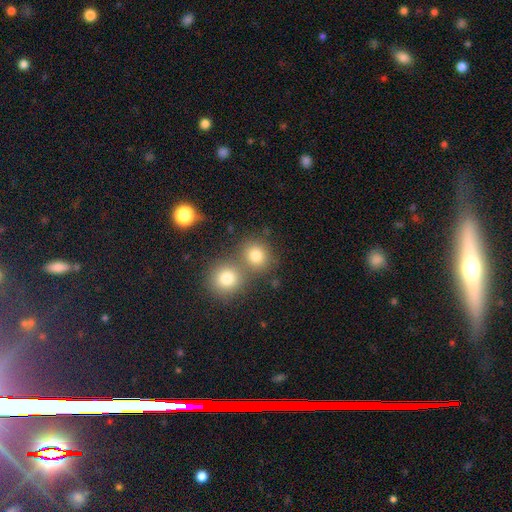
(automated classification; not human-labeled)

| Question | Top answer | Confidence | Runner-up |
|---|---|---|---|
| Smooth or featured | smooth | 79% | star or artifact (13%) |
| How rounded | round | 85% | in between (14%) |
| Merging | none | 53% | merger (37%) |